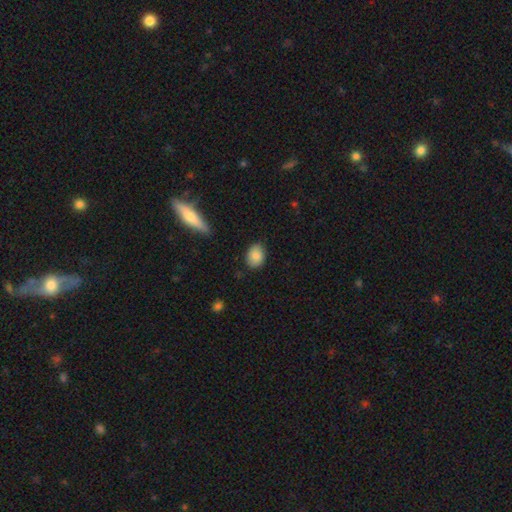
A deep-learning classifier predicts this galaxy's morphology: smooth-or-featured: smooth: 86% | star or artifact: 8% | featured or disk: 6%
  how-rounded: in between: 68% | round: 31% | cigar-shaped: 1%
  merging: none: 82% | minor disturbance: 14% | major disturbance: 3% | merger: 1%